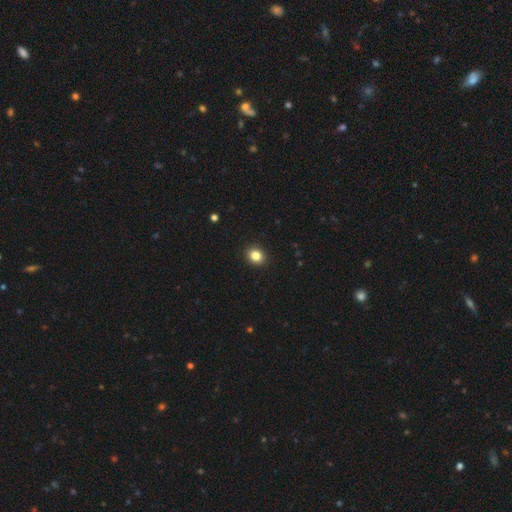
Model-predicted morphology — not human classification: smooth 84%, star or artifact 11%, featured or disk 5%. Down the decision tree: how rounded — round (68%); merging — none (92%).